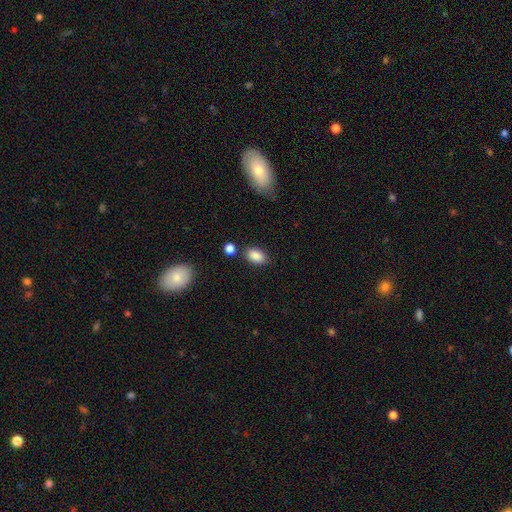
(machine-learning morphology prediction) Smooth or featured? smooth (87%)
How rounded? in between (89%)
Merging? none (79%)